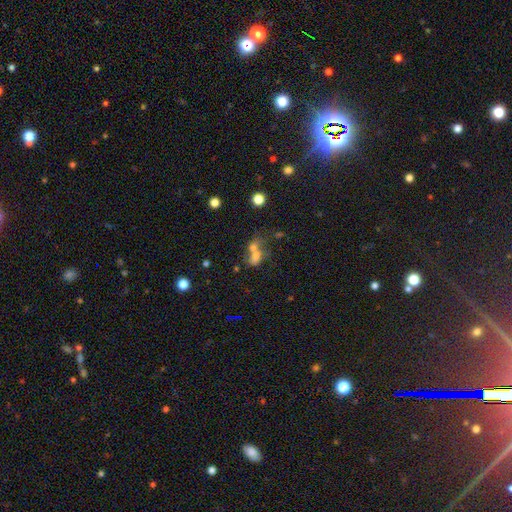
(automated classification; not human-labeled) Overall: smooth (61%). How rounded: in between (62%; round 34%). Merging: merger (61%; none 21%).